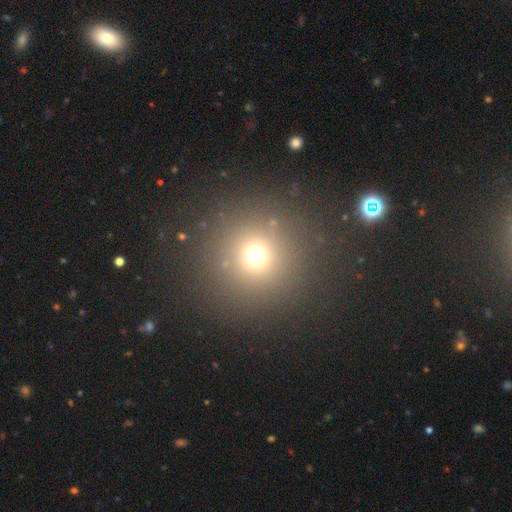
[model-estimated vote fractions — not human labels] Smooth or featured? smooth (67%)
How rounded? round (94%)
Merging? none (85%)